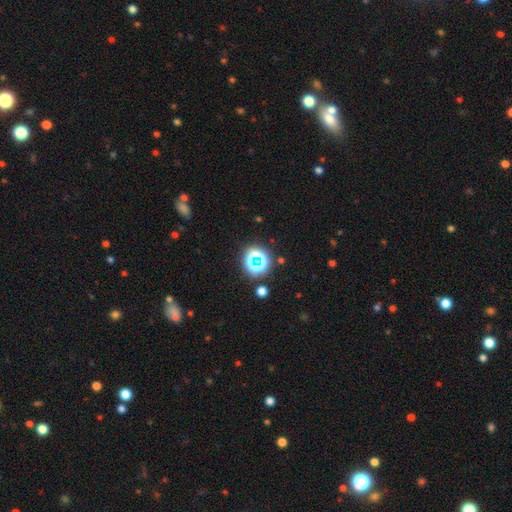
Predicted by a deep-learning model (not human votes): Smooth or featured? star or artifact (60%)